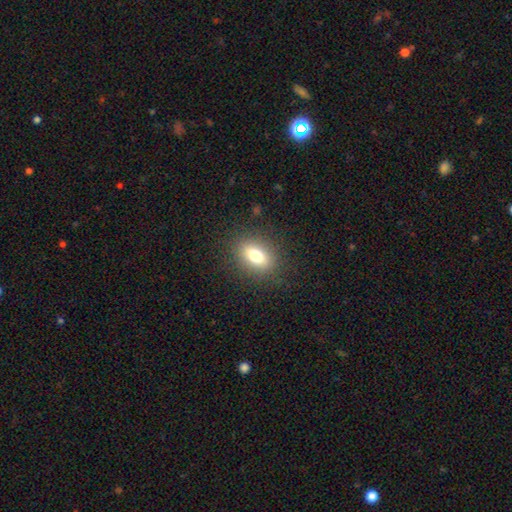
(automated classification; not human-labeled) This appears to be a smooth galaxy with no disk features (77%) that is in between round and cigar-shaped (77%). Merging: none (87%).